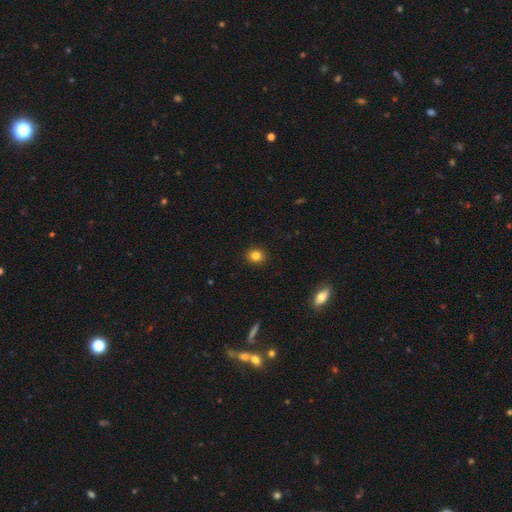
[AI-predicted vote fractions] This appears to be a smooth galaxy with no disk features (84%) that is round (77%). Merging: none (91%).